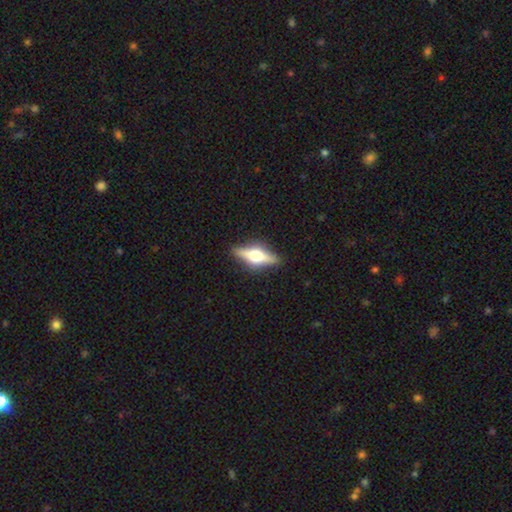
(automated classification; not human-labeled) smooth_or_featured: featured or disk (p=0.67) [alt: smooth p=0.27]
disk_edge_on: yes (p=0.95) [alt: no p=0.05]
edge_on_bulge: rounded (p=0.95) [alt: boxy p=0.04]
merging: none (p=0.88) [alt: minor disturbance p=0.09]